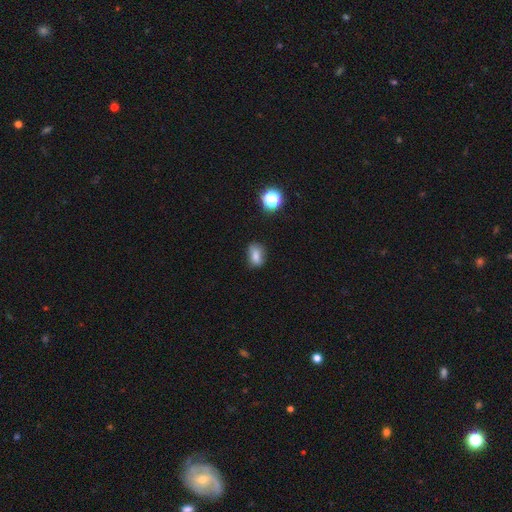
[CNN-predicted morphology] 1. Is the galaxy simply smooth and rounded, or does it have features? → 78% smooth, 12% star or artifact, 10% featured or disk.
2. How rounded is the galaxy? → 74% in between, 24% round, 2% cigar-shaped.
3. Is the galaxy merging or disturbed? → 67% none, 24% minor disturbance, 6% major disturbance, 2% merger.